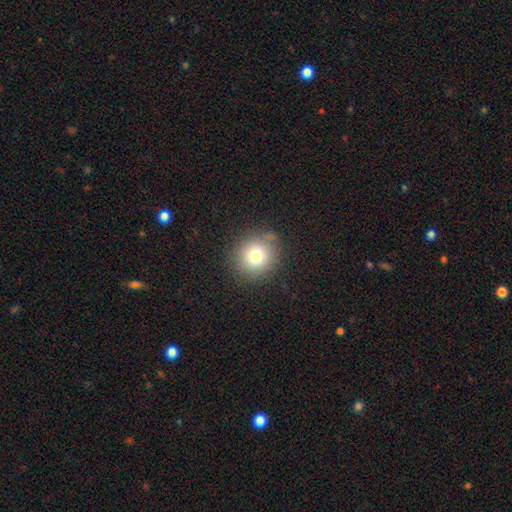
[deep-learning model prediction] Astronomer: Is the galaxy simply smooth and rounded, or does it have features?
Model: smooth — 76%.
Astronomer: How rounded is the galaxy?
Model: round — 87%.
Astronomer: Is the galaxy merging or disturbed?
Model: none — 83%.